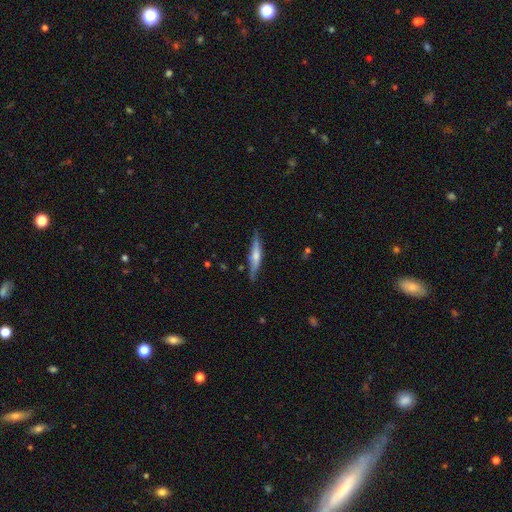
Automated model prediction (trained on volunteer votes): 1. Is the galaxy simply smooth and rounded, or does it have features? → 55% featured or disk, 39% smooth, 6% star or artifact.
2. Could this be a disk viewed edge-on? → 94% yes, 6% no.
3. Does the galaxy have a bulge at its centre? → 67% rounded, 17% none, 16% boxy.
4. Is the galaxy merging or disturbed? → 83% none, 13% minor disturbance, 2% major disturbance, 2% merger.